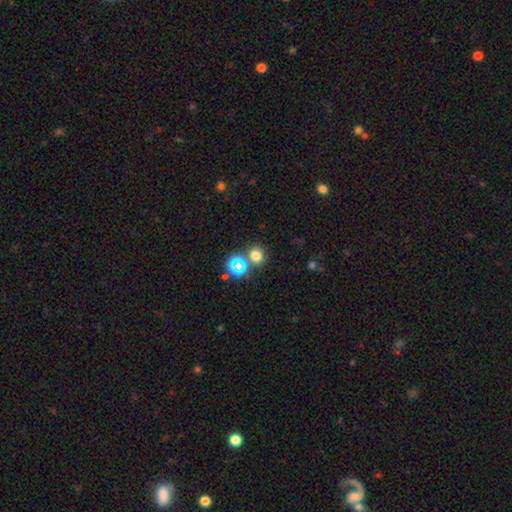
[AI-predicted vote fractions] A smooth galaxy with no disk features (69%) that is round (82%). Merging: none (70%).